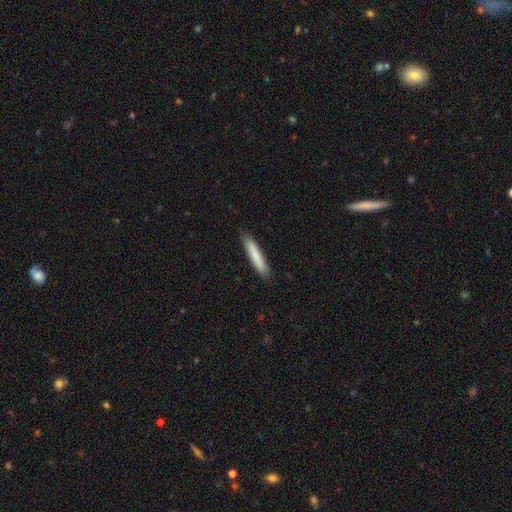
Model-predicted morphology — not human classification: This appears to be a smooth galaxy with no disk features (80%) that is cigar-shaped (93%). Merging: none (88%).